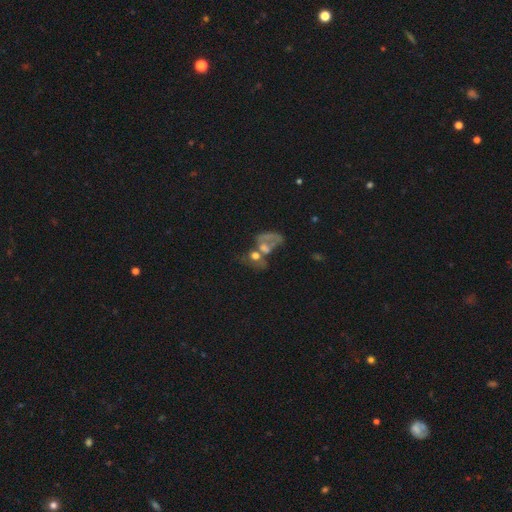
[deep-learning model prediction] Smooth or featured?
  - smooth: 45% *
  - featured or disk: 39%
  - star or artifact: 17%
Merging?
  - merger: 54% *
  - major disturbance: 22%
  - none: 16%
  - minor disturbance: 8%